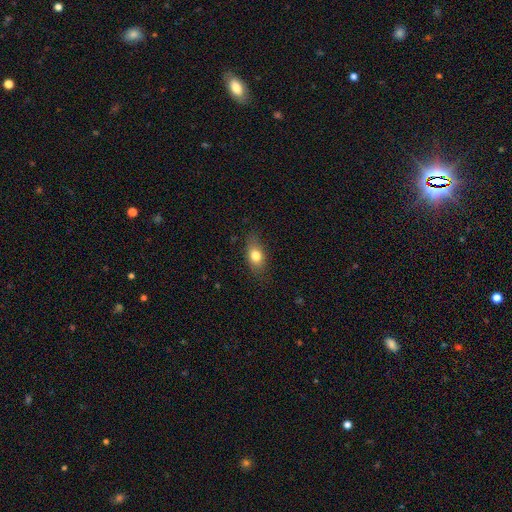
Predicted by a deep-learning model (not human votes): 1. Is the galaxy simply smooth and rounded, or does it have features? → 77% smooth, 15% featured or disk, 9% star or artifact.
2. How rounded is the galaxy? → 79% in between, 14% round, 7% cigar-shaped.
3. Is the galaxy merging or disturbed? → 78% none, 17% minor disturbance, 4% major disturbance, 1% merger.